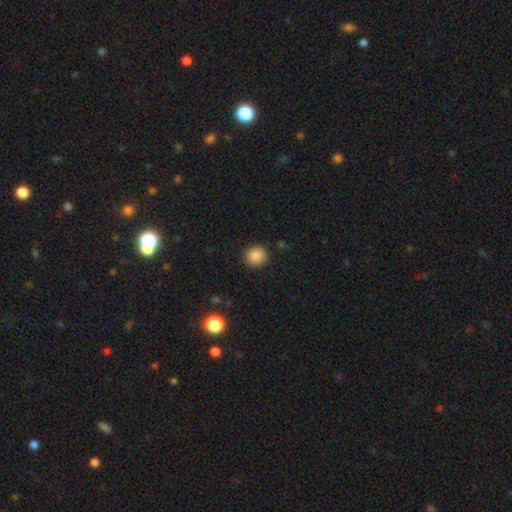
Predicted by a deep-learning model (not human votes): Q: Smooth or featured?
A: smooth (86%); runner-up: star or artifact (10%)
Q: How rounded?
A: round (88%); runner-up: in between (11%)
Q: Merging?
A: none (89%); runner-up: minor disturbance (8%)